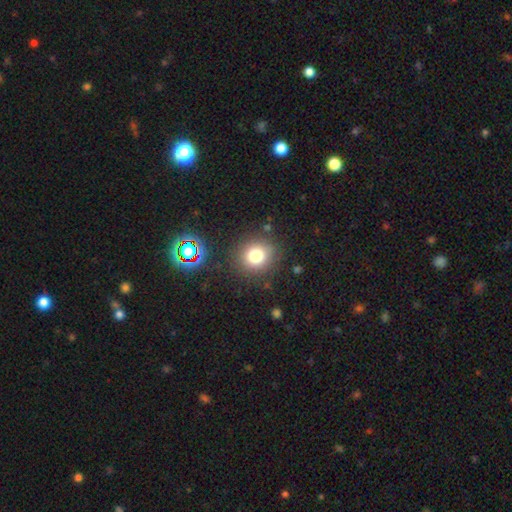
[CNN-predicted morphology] A smooth galaxy with no disk features (77%) that is round (86%). Merging: none (86%).